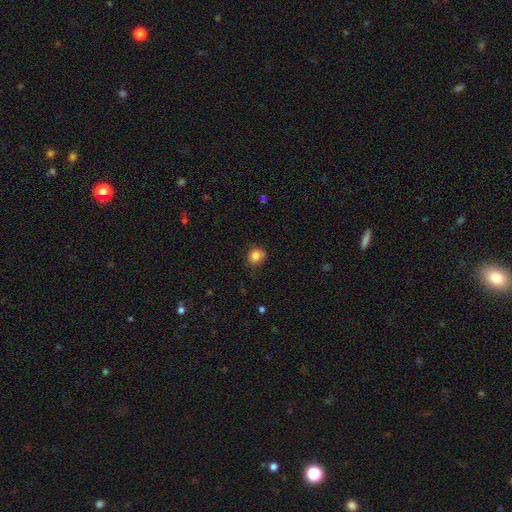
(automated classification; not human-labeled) A smooth galaxy with no disk features (85%) that is round (67%).

Vote fractions:
- Smooth or featured? smooth: 85% / star or artifact: 10% / featured or disk: 5%
- How rounded? round: 67% / in between: 32% / cigar-shaped: 1%
- Merging? none: 75% / minor disturbance: 20% / major disturbance: 4% / merger: 1%